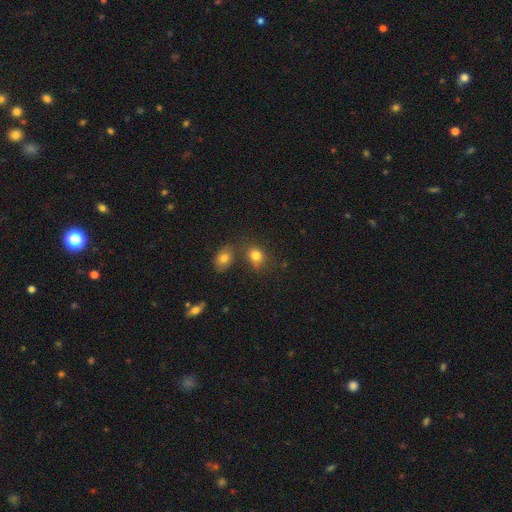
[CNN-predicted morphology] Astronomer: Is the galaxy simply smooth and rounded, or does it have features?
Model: smooth — 79%.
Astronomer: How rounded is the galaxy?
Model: round — 50% (runner-up: in between, 49%).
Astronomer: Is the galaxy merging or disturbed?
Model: none — 56%.